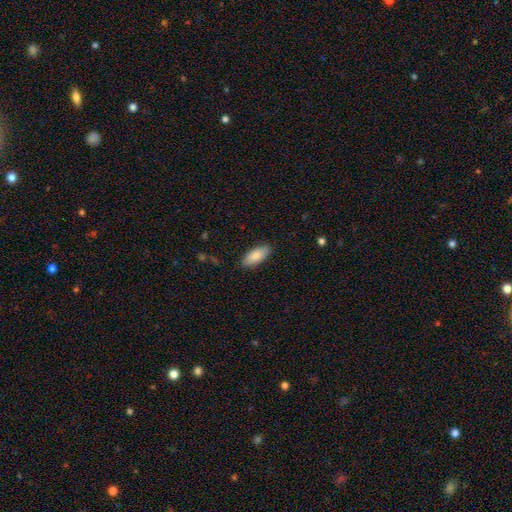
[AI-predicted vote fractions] smooth-or-featured: smooth: 85% | featured or disk: 9% | star or artifact: 6%
  how-rounded: in between: 82% | cigar-shaped: 16% | round: 2%
  merging: none: 87% | minor disturbance: 10% | major disturbance: 2% | merger: 1%